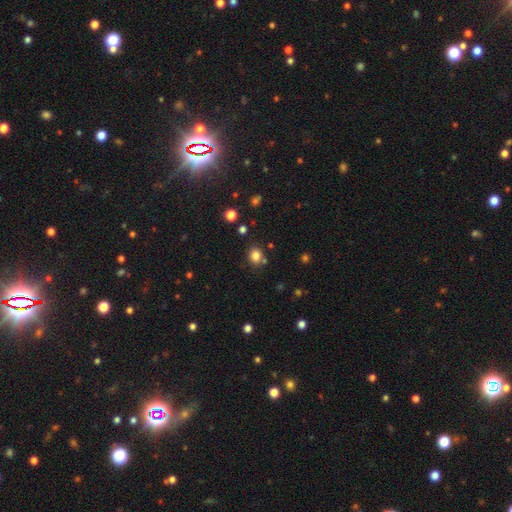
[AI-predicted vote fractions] Smooth or featured? Predicted: smooth (p=0.82). How rounded? Predicted: round (p=0.72). Merging? Predicted: none (p=0.78).